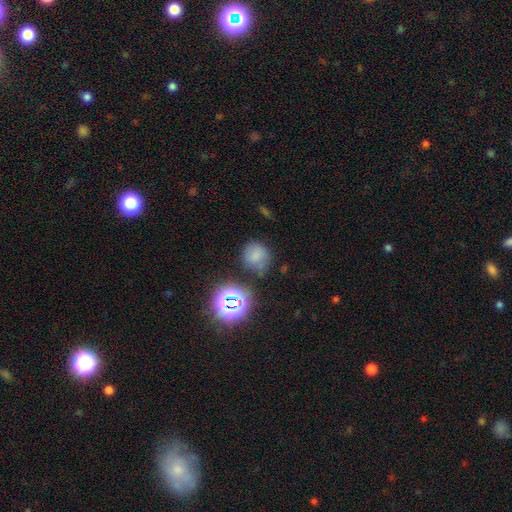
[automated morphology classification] smooth_or_featured: smooth (p=0.67) [alt: star or artifact p=0.22]
how_rounded: round (p=0.79) [alt: in between p=0.20]
merging: none (p=0.61) [alt: minor disturbance p=0.22]